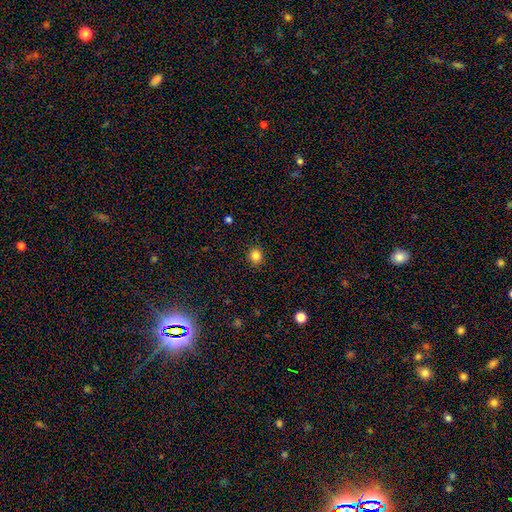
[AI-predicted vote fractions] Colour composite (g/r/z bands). It shows a smooth galaxy with no disk features (84%) that is round (85%). Merging: none (91%).